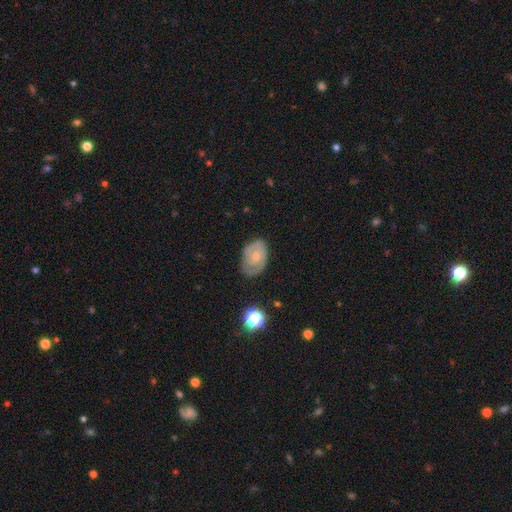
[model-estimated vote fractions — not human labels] Smooth or featured?
  - featured or disk: 53% *
  - smooth: 40%
  - star or artifact: 8%
Edge-on disk?
  - no: 95% *
  - yes: 5%
Merging?
  - none: 69% *
  - minor disturbance: 23%
  - major disturbance: 7%
  - merger: 2%